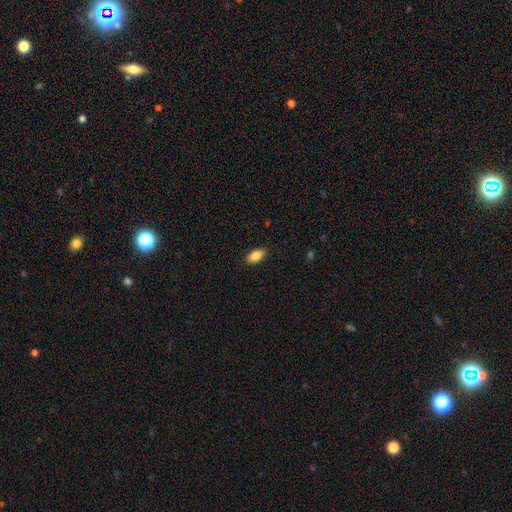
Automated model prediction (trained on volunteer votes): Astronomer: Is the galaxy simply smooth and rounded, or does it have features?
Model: smooth — 88%.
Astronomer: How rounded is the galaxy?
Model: in between — 92%.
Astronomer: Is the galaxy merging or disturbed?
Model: none — 89%.